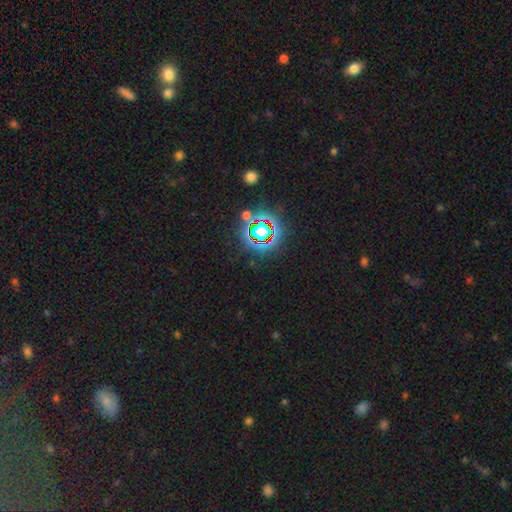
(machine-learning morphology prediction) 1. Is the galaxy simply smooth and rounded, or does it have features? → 78% star or artifact, 14% smooth, 8% featured or disk.